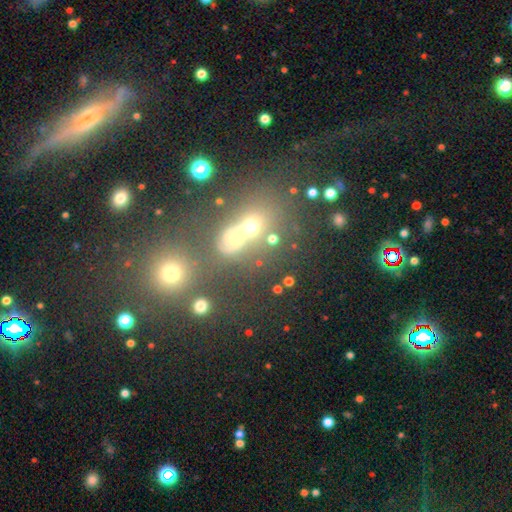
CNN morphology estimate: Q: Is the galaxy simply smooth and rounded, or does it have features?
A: smooth — 41%.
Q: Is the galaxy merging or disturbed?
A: none — 43%.